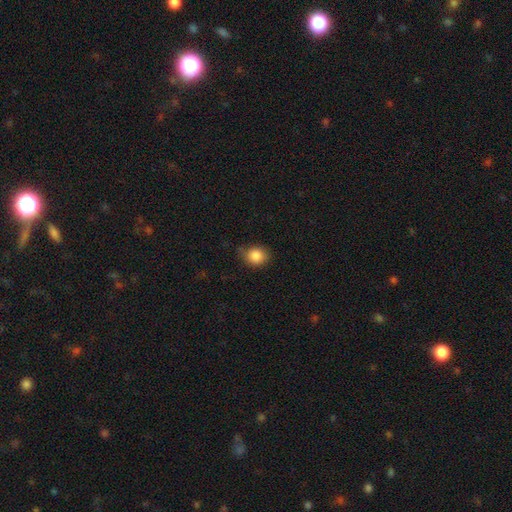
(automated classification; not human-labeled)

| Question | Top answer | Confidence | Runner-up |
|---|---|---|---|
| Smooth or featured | smooth | 86% | star or artifact (9%) |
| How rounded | round | 74% | in between (25%) |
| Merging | none | 64% | minor disturbance (28%) |